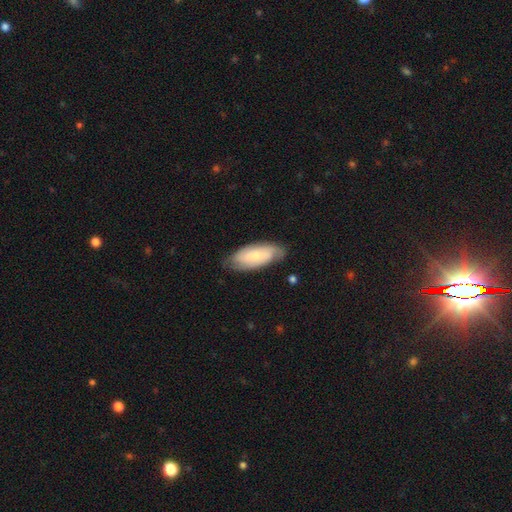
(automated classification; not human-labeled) This appears to be a smooth galaxy with no disk features (57%) that is in between round and cigar-shaped (83%). Merging: none (73%).